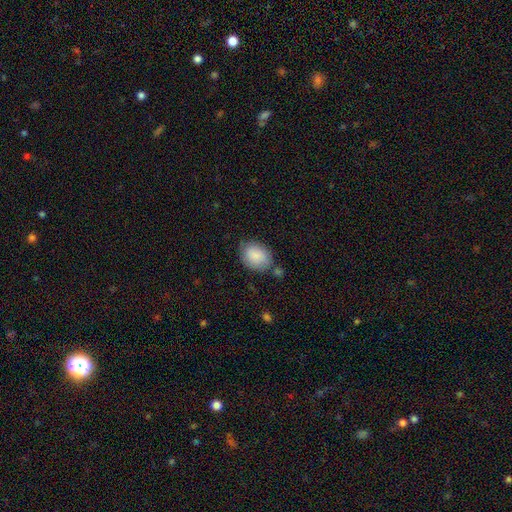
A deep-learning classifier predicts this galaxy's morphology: Smooth or featured: smooth — 86% (featured or disk — 7%)
How rounded: in between — 69% (round — 30%)
Merging: none — 66% (minor disturbance — 21%)